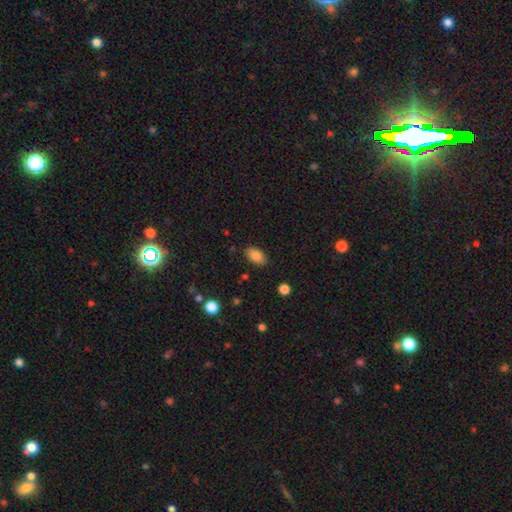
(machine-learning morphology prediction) Q: Smooth or featured?
A: smooth (84%); runner-up: star or artifact (9%)
Q: How rounded?
A: in between (91%); runner-up: round (7%)
Q: Merging?
A: none (85%); runner-up: minor disturbance (11%)